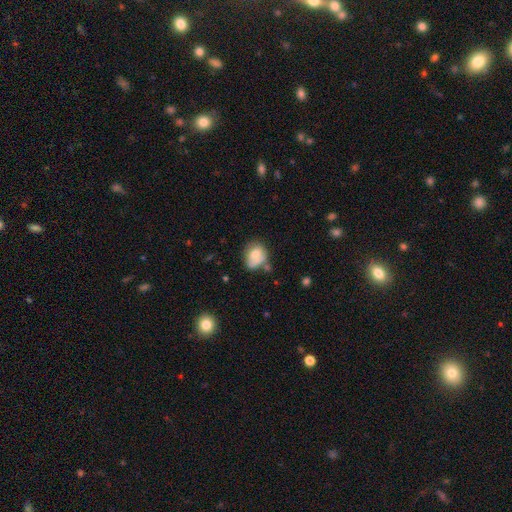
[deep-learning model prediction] This appears to be a smooth galaxy with no disk features (70%) that is in between round and cigar-shaped (50%). Merging: none (42%).